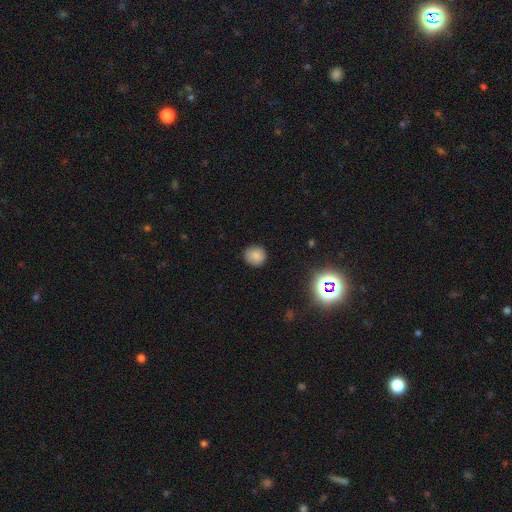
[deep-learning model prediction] Smooth or featured: smooth — 82% (star or artifact — 13%)
How rounded: round — 92% (in between — 7%)
Merging: none — 87% (minor disturbance — 10%)